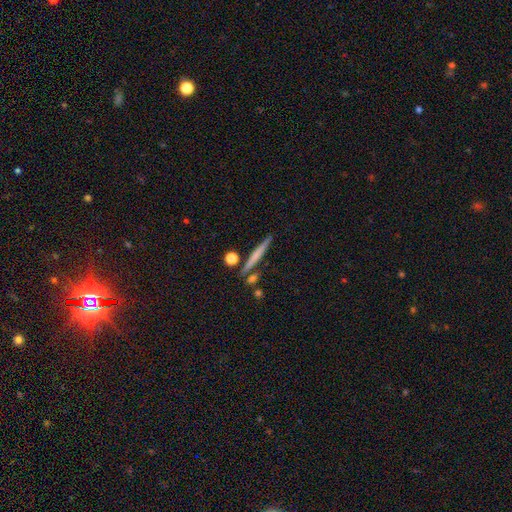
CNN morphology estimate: A smooth galaxy with no disk features (54%) that is cigar-shaped (92%). Merging: none (82%).